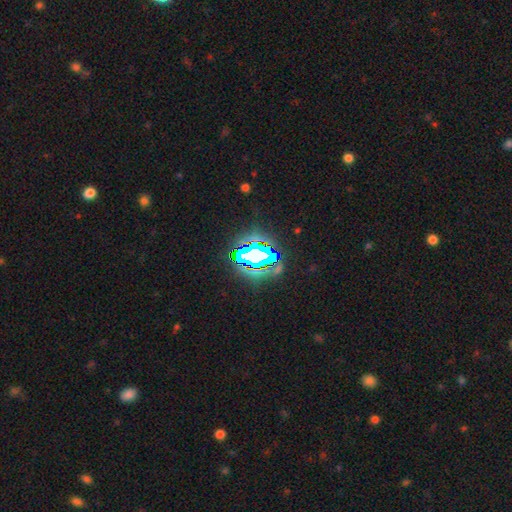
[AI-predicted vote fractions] Overall: star or artifact (66%).